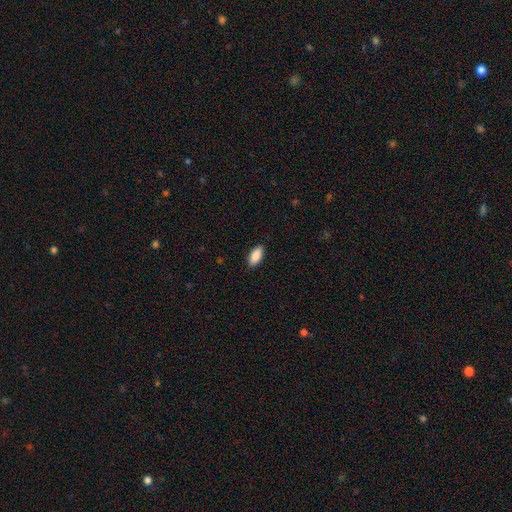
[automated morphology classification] Smooth or featured: smooth — 89% (star or artifact — 6%)
How rounded: in between — 89% (cigar-shaped — 9%)
Merging: none — 89% (minor disturbance — 9%)